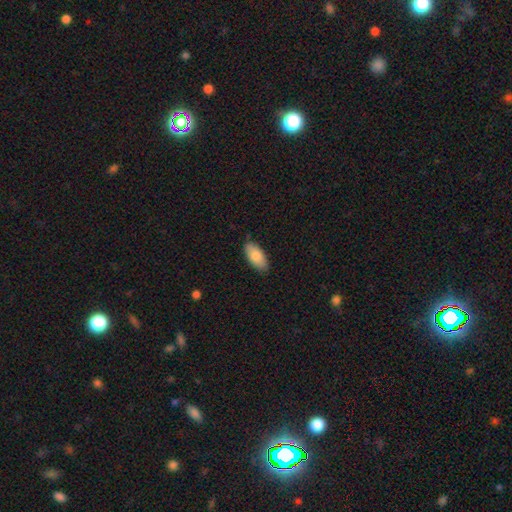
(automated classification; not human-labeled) Smooth or featured? Predicted: smooth (p=0.82). How rounded? Predicted: in between (p=0.90). Merging? Predicted: none (p=0.86).